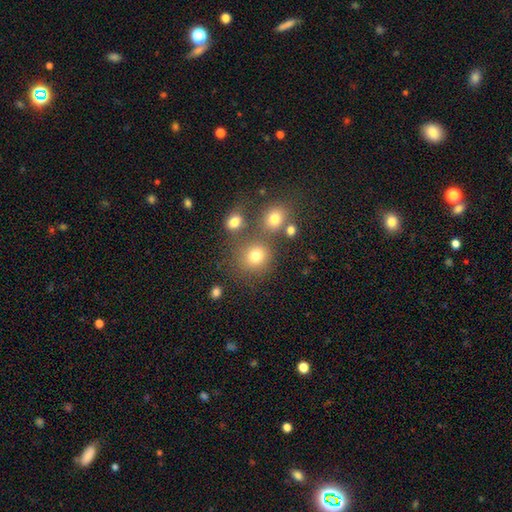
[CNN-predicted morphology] This appears to be a smooth galaxy with no disk features (75%) that is round (83%). Merging: none (68%).